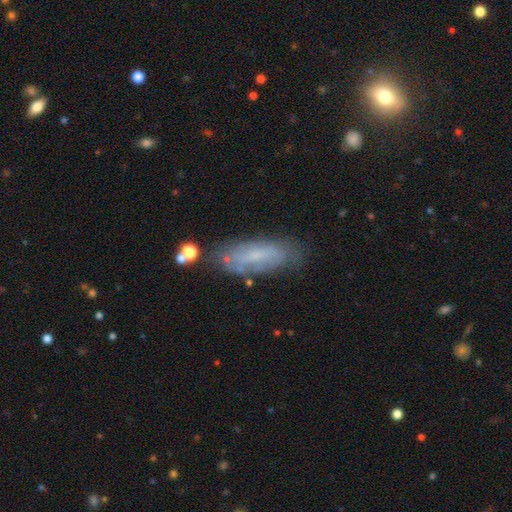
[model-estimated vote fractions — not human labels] Smooth or featured?
  - featured or disk: 46% *
  - smooth: 44%
  - star or artifact: 10%
Merging?
  - none: 69% *
  - minor disturbance: 20%
  - major disturbance: 7%
  - merger: 4%